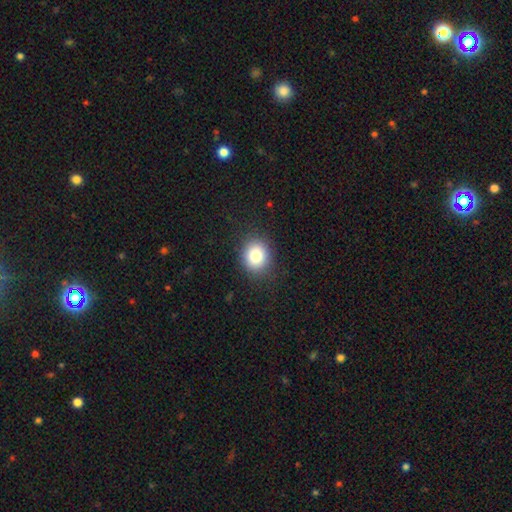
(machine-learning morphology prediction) A smooth galaxy with no disk features (82%) that is round (74%). Merging: none (87%).